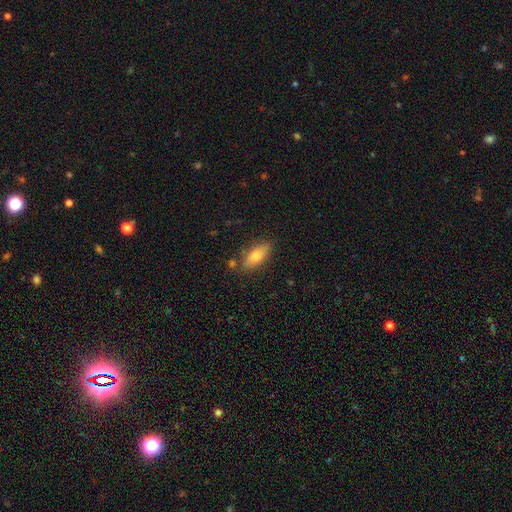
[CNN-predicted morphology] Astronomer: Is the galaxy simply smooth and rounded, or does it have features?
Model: smooth — 73%.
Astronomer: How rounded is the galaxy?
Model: in between — 72%.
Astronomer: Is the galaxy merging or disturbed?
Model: none — 78%.